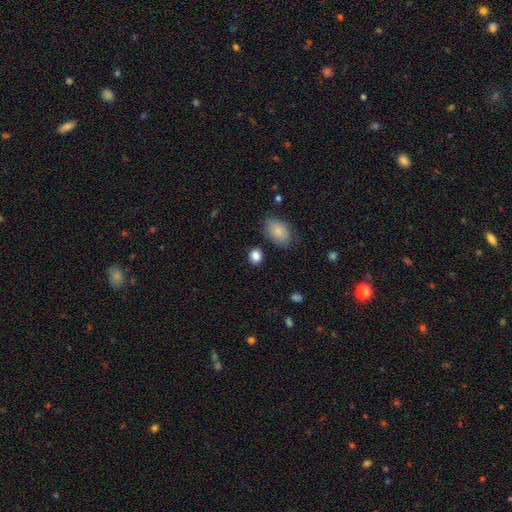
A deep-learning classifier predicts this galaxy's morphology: This appears to be a smooth galaxy with no disk features (86%) that is round (52%). Merging: none (83%).